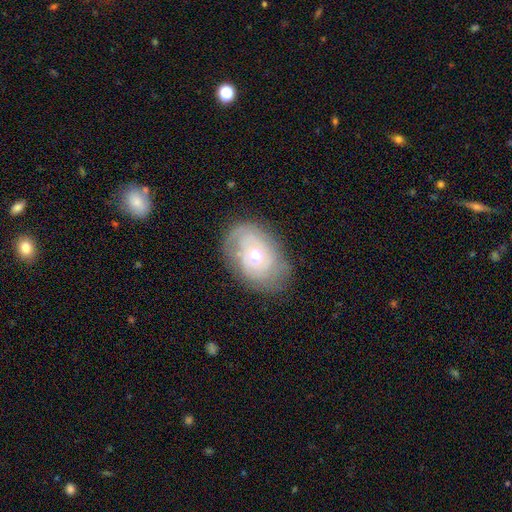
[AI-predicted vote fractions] Smooth or featured?
  - featured or disk: 57% *
  - smooth: 34%
  - star or artifact: 9%
Edge-on disk?
  - no: 94% *
  - yes: 6%
Bar?
  - no: 83% *
  - weak: 13%
  - strong: 4%
Spiral arms?
  - no: 52% *
  - yes: 48%
Bulge size?
  - moderate: 72% *
  - large: 15%
  - small: 10%
  - dominant: 2%
  - none: 1%
Merging?
  - none: 66% *
  - minor disturbance: 21%
  - major disturbance: 11%
  - merger: 2%